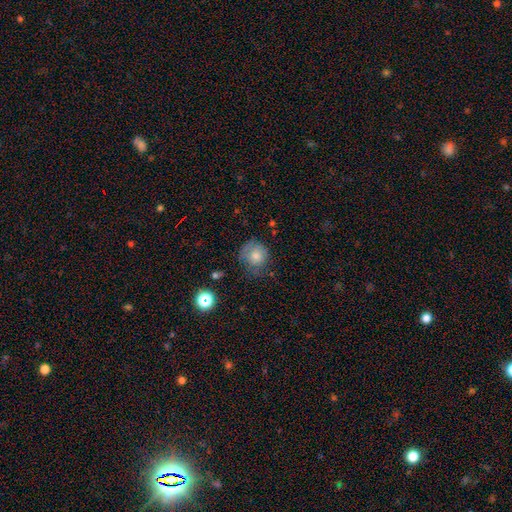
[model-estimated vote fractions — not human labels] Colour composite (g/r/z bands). It shows a smooth galaxy with no disk features (75%) that is round (84%). Merging: none (57%).